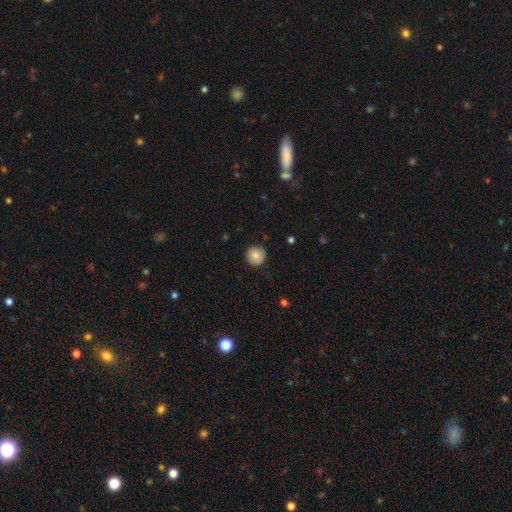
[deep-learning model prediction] Overall: smooth (80%). How rounded: round (95%). Merging: none (88%).